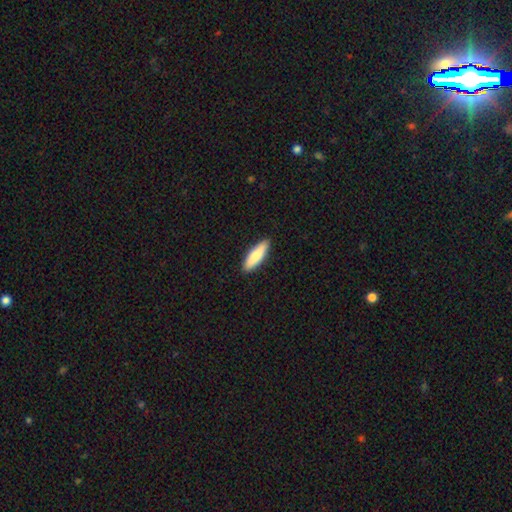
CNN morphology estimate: A smooth galaxy with no disk features (79%) that is cigar-shaped (57%).

Vote fractions:
- Smooth or featured? smooth: 79% / featured or disk: 15% / star or artifact: 5%
- How rounded? cigar-shaped: 57% / in between: 42% / round: 2%
- Merging? none: 89% / minor disturbance: 8% / major disturbance: 2% / merger: 1%